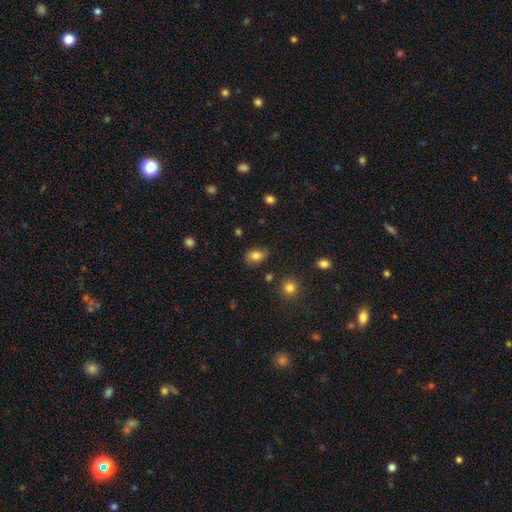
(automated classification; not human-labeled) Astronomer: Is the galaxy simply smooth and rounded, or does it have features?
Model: smooth — 83%.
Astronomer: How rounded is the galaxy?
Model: in between — 84%.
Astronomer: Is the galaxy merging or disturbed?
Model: none — 78%.